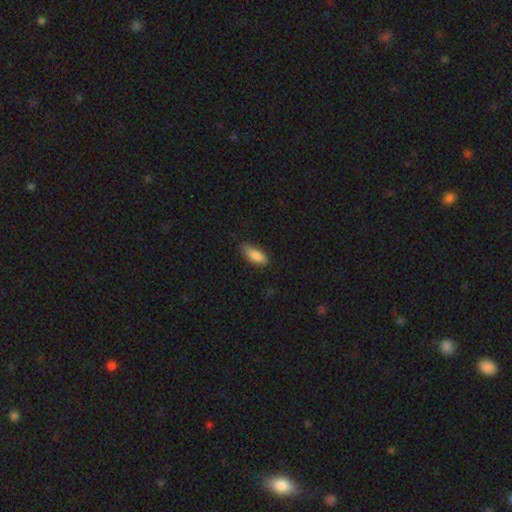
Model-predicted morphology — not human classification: This appears to be a smooth galaxy with no disk features (86%) that is in between round and cigar-shaped (79%). Merging: none (73%).